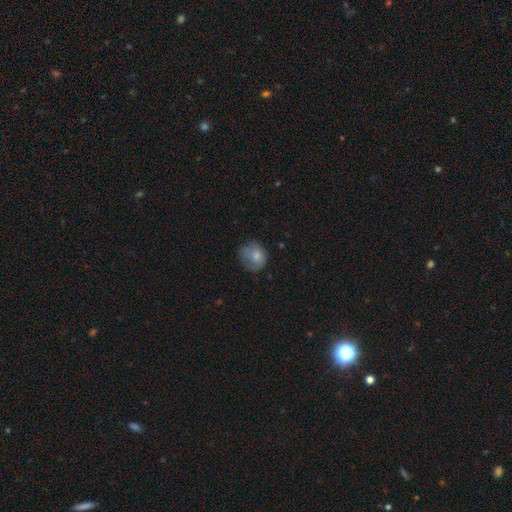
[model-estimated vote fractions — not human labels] Overall: smooth (73%). How rounded: round (67%; in between 32%). Merging: none (46%; minor disturbance 31%).